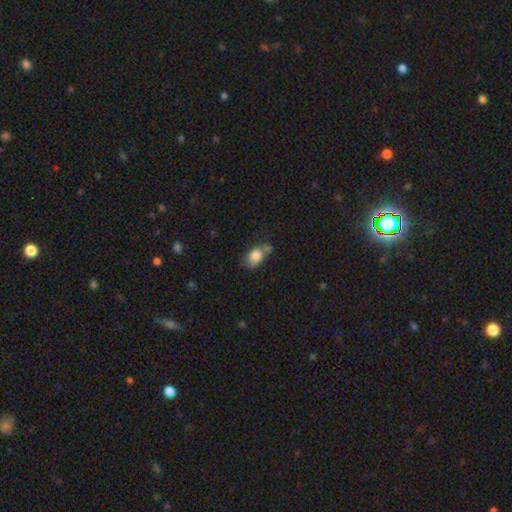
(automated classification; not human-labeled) The model was most divided on "merging": none: 44%, merger: 24%, minor disturbance: 23%, major disturbance: 8%. More confident: smooth or featured — smooth (82%); how rounded — in between (72%).